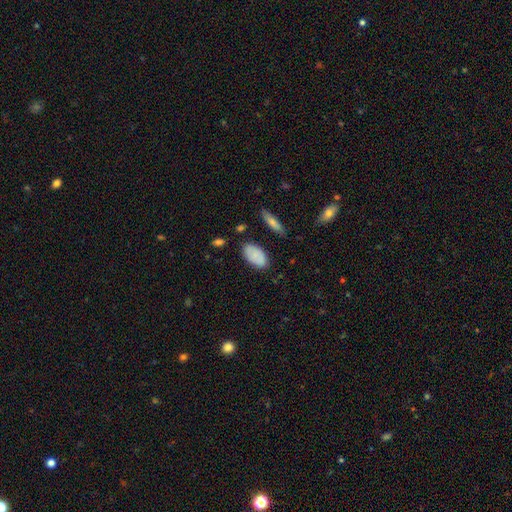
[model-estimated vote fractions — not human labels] Q: Smooth or featured?
A: smooth (84%); runner-up: featured or disk (9%)
Q: How rounded?
A: in between (94%); runner-up: round (3%)
Q: Merging?
A: none (79%); runner-up: minor disturbance (15%)